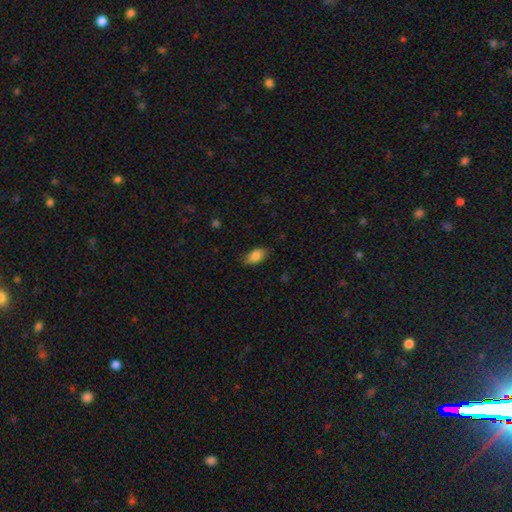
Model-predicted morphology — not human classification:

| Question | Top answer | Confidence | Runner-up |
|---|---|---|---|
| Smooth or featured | smooth | 85% | featured or disk (8%) |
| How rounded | in between | 92% | round (4%) |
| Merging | none | 82% | minor disturbance (14%) |